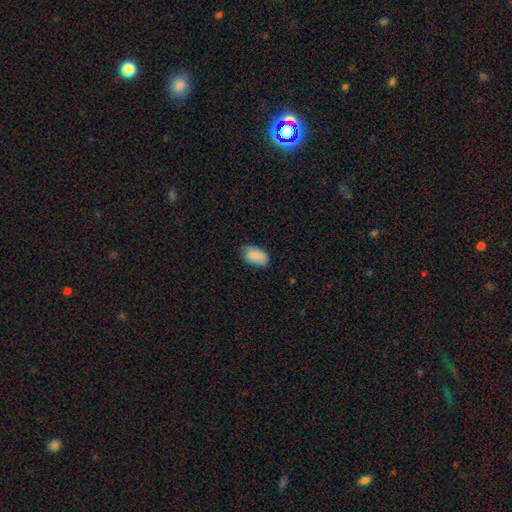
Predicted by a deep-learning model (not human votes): Smooth or featured? Predicted: smooth (p=0.87). How rounded? Predicted: in between (p=0.92). Merging? Predicted: none (p=0.73).